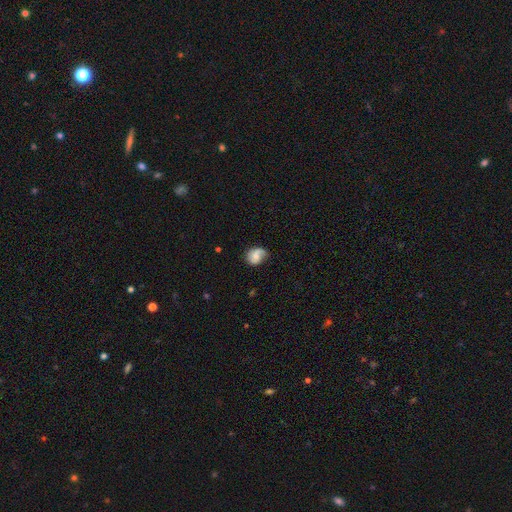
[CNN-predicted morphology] This appears to be a featured or disk galaxy (50%). Merging: none (55%).